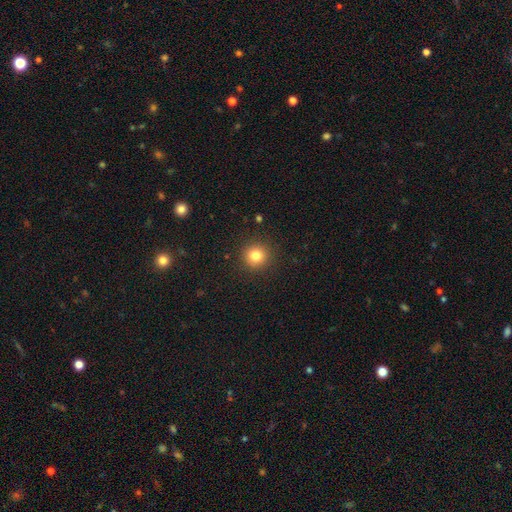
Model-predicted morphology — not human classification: Smooth or featured? Predicted: smooth (p=0.81). How rounded? Predicted: round (p=0.94). Merging? Predicted: none (p=0.91).